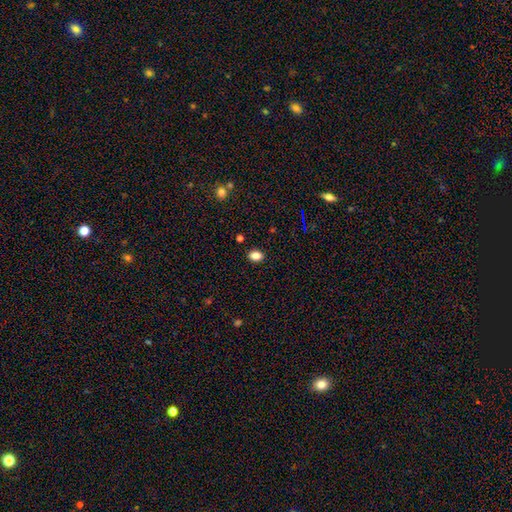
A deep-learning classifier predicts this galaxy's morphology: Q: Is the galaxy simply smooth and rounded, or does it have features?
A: smooth — 83%.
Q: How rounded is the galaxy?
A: in between — 76%.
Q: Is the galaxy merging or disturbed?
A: none — 89%.